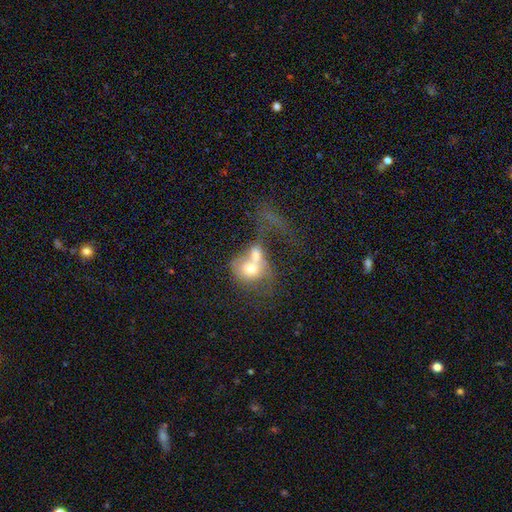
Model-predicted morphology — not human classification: type=smooth (54%); roundness=round (51%); merging=merger (74%).